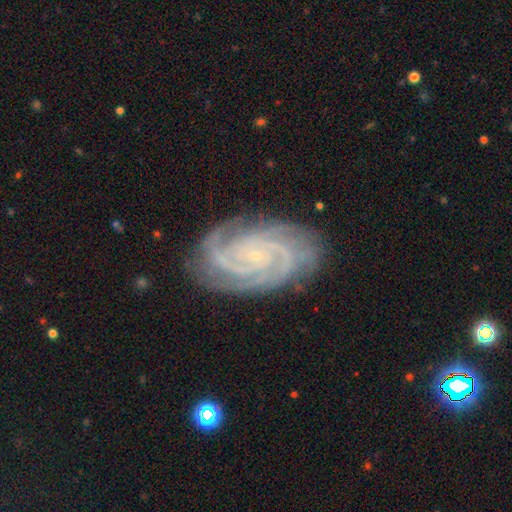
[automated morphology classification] smooth_or_featured: featured or disk (p=0.91) [alt: star or artifact p=0.05]
disk_edge_on: no (p=0.97) [alt: yes p=0.03]
bar: no (p=0.69) [alt: weak p=0.22]
has_spiral_arms: yes (p=0.99) [alt: no p=0.01]
spiral_winding: tight (p=0.74) [alt: medium p=0.24]
spiral_arm_count: 3 (p=0.33) [alt: 4 p=0.23]
bulge_size: small (p=0.87) [alt: moderate p=0.08]
merging: none (p=0.81) [alt: minor disturbance p=0.14]